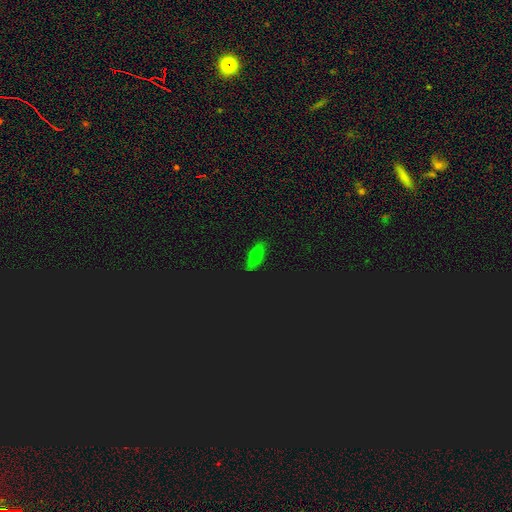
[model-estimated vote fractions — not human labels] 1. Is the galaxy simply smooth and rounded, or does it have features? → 72% smooth, 17% star or artifact, 11% featured or disk.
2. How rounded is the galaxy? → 77% in between, 19% cigar-shaped, 4% round.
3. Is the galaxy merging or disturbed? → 85% none, 12% minor disturbance, 2% major disturbance, 1% merger.